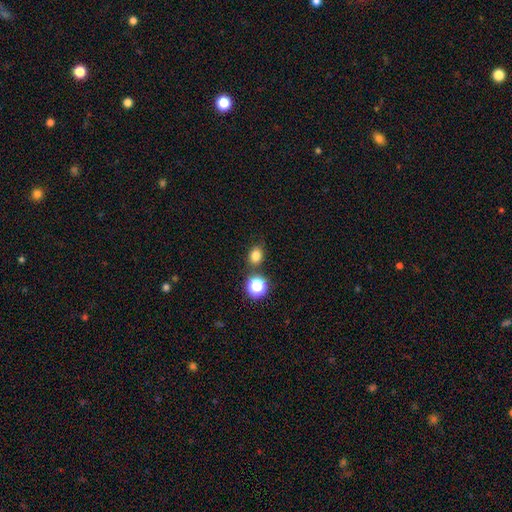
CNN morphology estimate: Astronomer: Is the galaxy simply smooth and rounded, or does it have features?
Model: smooth — 79%.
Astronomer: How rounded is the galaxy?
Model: round — 56% (runner-up: in between, 43%).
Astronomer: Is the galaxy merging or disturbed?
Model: none — 78%.